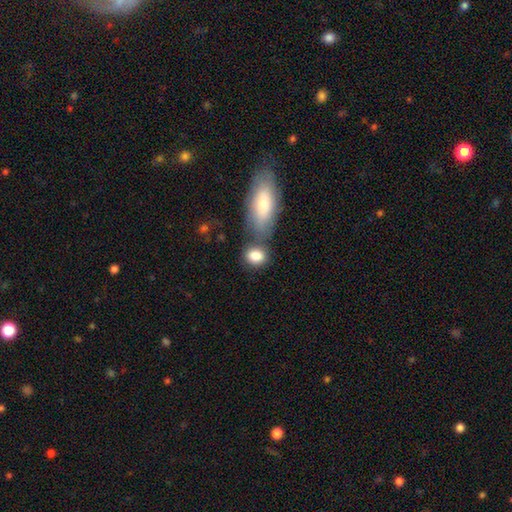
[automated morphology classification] Smooth or featured? smooth (85%)
How rounded? in between (56%)
Merging? none (54%)